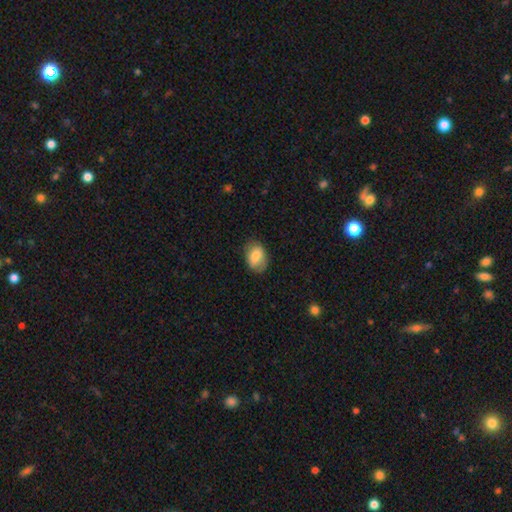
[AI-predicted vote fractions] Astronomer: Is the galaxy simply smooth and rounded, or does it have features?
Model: smooth — 78%.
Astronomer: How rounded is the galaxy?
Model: in between — 83%.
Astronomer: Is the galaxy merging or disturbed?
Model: none — 75%.